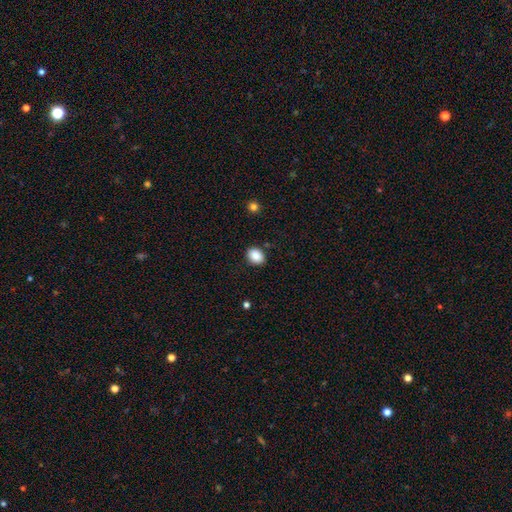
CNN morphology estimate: Smooth or featured? Predicted: smooth (p=0.88). How rounded? Predicted: in between (p=0.61). Merging? Predicted: none (p=0.87).